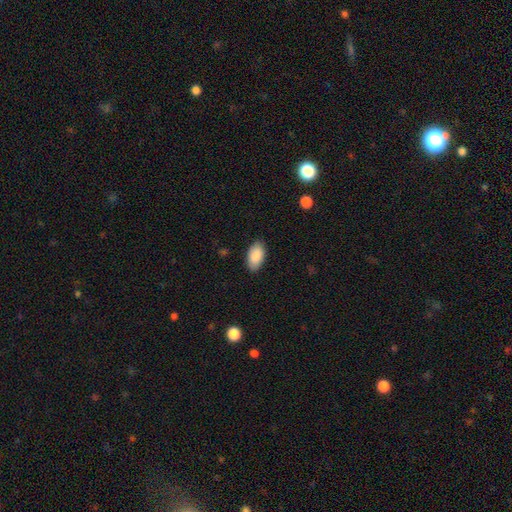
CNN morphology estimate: A smooth galaxy with no disk features (90%) that is in between round and cigar-shaped (95%).

Vote fractions:
- Smooth or featured? smooth: 90% / star or artifact: 6% / featured or disk: 4%
- How rounded? in between: 95% / round: 3% / cigar-shaped: 3%
- Merging? none: 86% / minor disturbance: 11% / major disturbance: 2% / merger: 1%